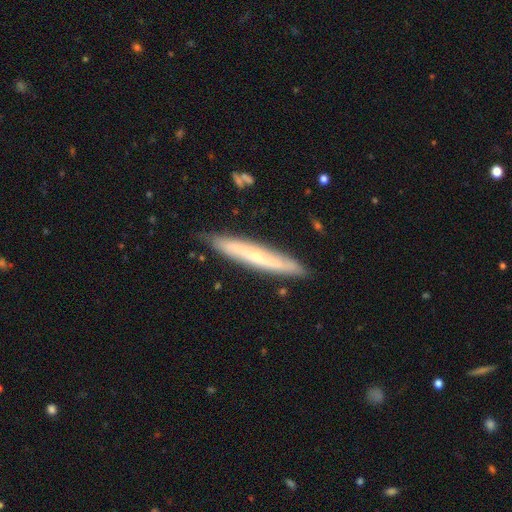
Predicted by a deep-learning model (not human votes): This is possibly a featured or disk galaxy (52%). It is likely viewed edge-on (75%). Merging: clearly none (83%).